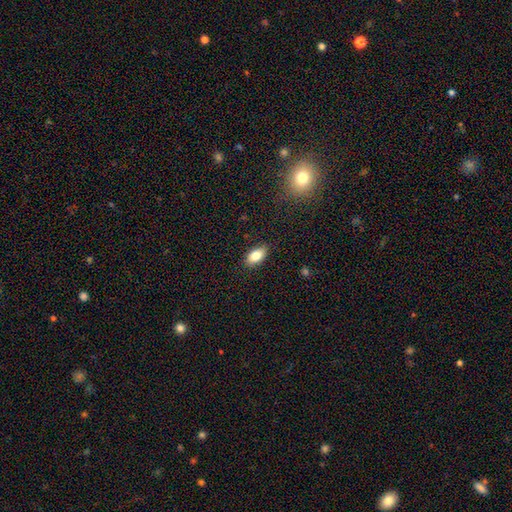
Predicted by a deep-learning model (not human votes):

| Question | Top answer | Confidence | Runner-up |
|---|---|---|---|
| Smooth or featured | smooth | 82% | featured or disk (10%) |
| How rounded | in between | 92% | round (4%) |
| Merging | none | 87% | minor disturbance (10%) |